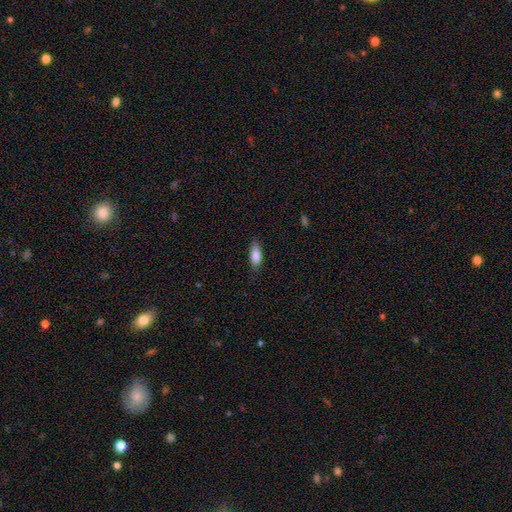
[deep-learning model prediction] Morphology: type=smooth (80%); roundness=in between (74%); merging=none (80%).